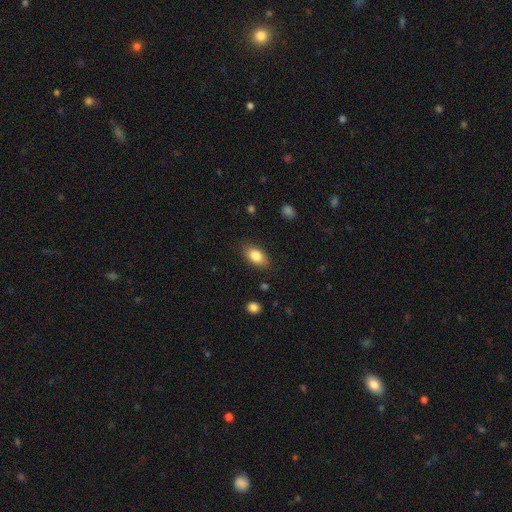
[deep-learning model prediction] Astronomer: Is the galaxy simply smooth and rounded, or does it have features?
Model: smooth — 83%.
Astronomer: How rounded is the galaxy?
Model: in between — 90%.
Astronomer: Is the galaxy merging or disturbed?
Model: none — 84%.